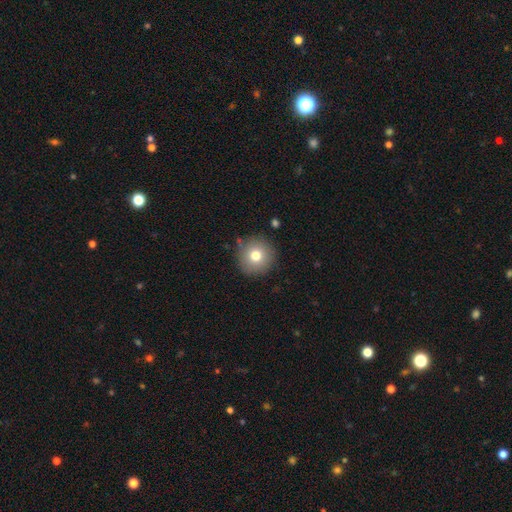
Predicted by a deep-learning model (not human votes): This is likely a smooth galaxy (75%). How rounded: clearly round (95%). Merging: clearly none (86%).